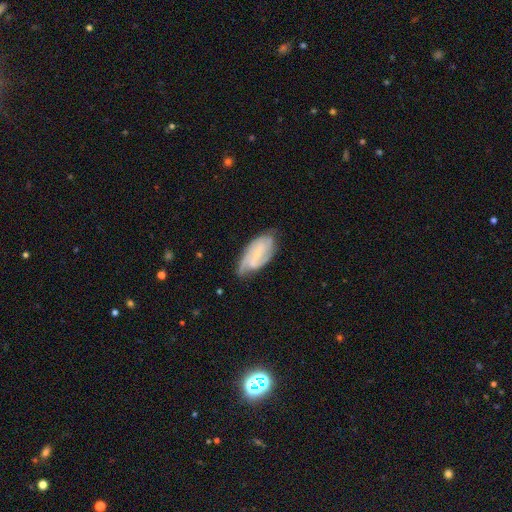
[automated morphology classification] The model was most divided on "spiral winding": tight: 44%, medium: 42%, loose: 15%. Remaining: edge-on disk — no (96%); spiral arms — yes (94%); smooth or featured — featured or disk (77%); bulge size — small (66%); merging — none (61%); spiral arm count — 2 (47%); bar — weak (43%).